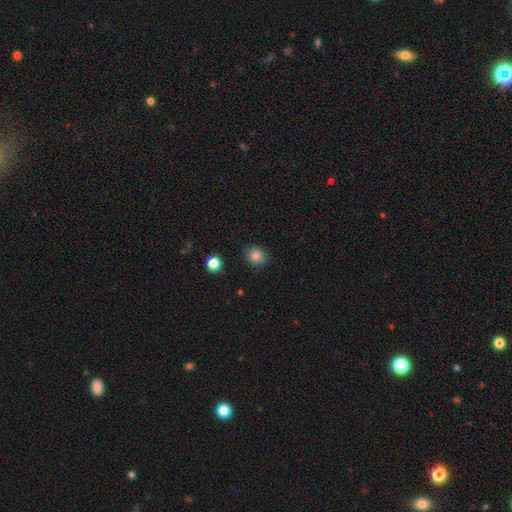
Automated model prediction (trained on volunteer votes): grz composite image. It shows a smooth galaxy with no disk features (85%) that is round (67%). Merging: none (85%).